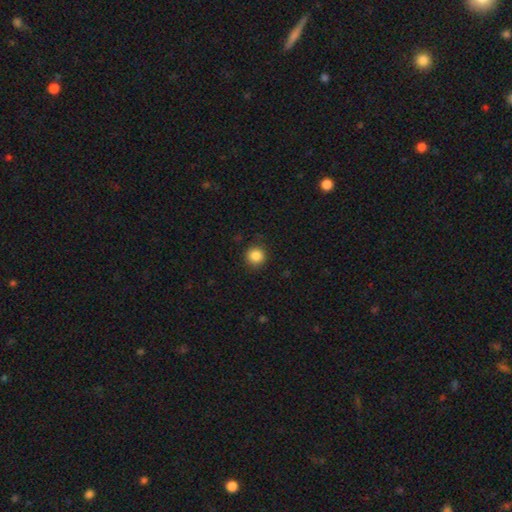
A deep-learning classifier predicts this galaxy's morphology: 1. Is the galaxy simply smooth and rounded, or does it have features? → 87% smooth, 10% star or artifact, 3% featured or disk.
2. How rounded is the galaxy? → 93% round, 6% in between, 1% cigar-shaped.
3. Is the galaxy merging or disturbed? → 89% none, 8% minor disturbance, 2% major disturbance, 1% merger.